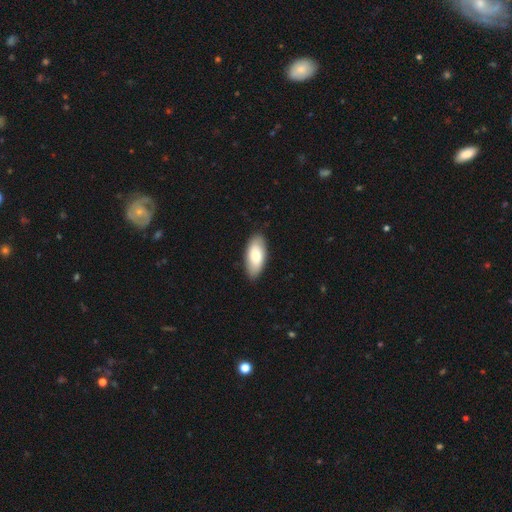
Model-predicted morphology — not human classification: Smooth or featured? smooth (77%)
How rounded? in between (91%)
Merging? none (87%)